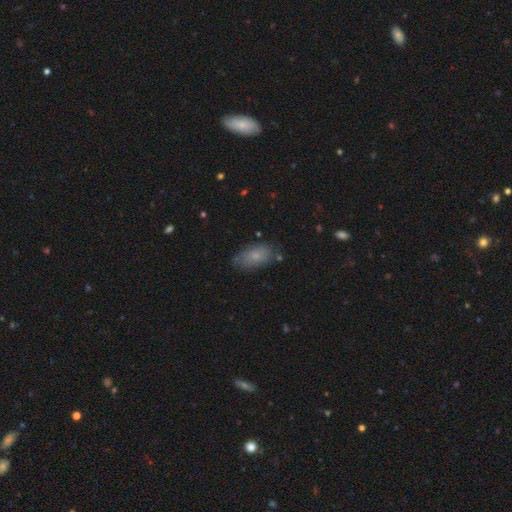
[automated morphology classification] A smooth galaxy with no disk features (73%) that is in between round and cigar-shaped (91%). Merging: none (72%).